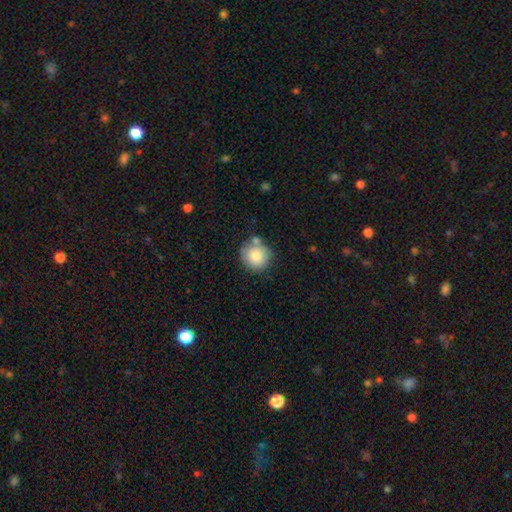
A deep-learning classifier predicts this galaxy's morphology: smooth_or_featured: smooth (p=0.82) [alt: featured or disk p=0.10]
how_rounded: round (p=0.88) [alt: in between p=0.11]
merging: none (p=0.69) [alt: minor disturbance p=0.15]